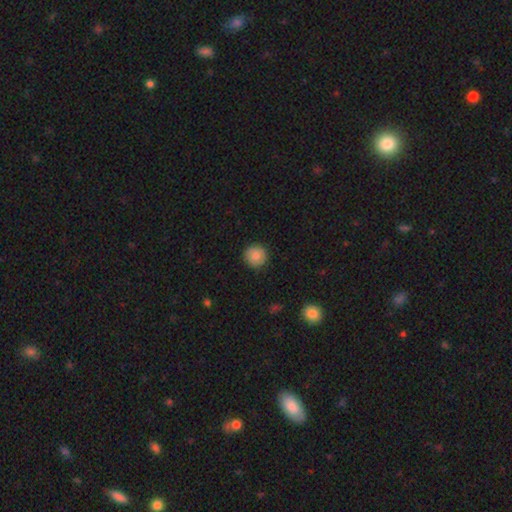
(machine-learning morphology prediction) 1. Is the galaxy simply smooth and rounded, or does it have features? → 80% smooth, 12% featured or disk, 8% star or artifact.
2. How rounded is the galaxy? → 95% round, 4% in between, 1% cigar-shaped.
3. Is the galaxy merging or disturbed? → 90% none, 8% minor disturbance, 2% major disturbance, 1% merger.